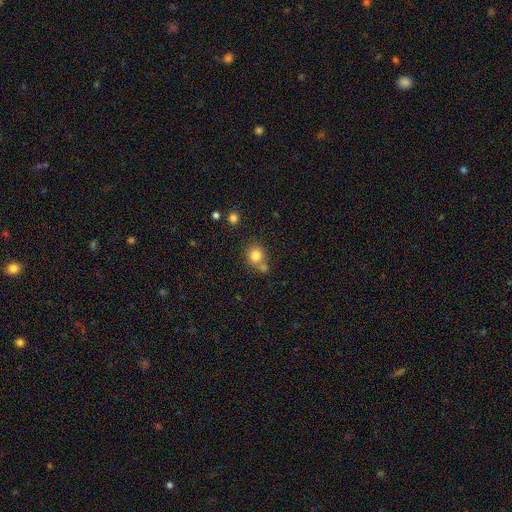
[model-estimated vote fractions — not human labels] Smooth or featured: smooth — 81% (star or artifact — 11%)
How rounded: round — 83% (in between — 16%)
Merging: none — 59% (merger — 27%)